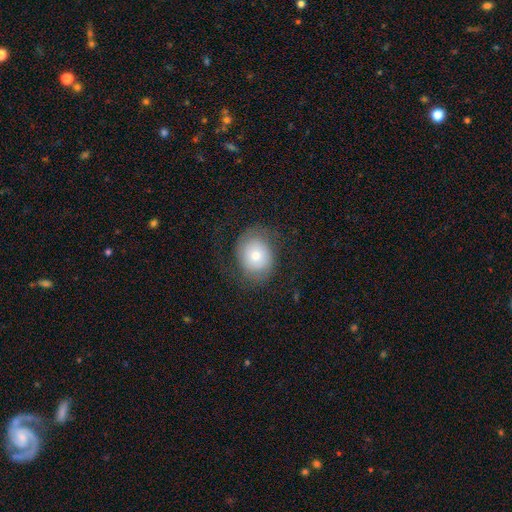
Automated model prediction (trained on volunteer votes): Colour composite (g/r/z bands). It shows a smooth galaxy with no disk features (60%) that is round (62%). Merging: none (66%).